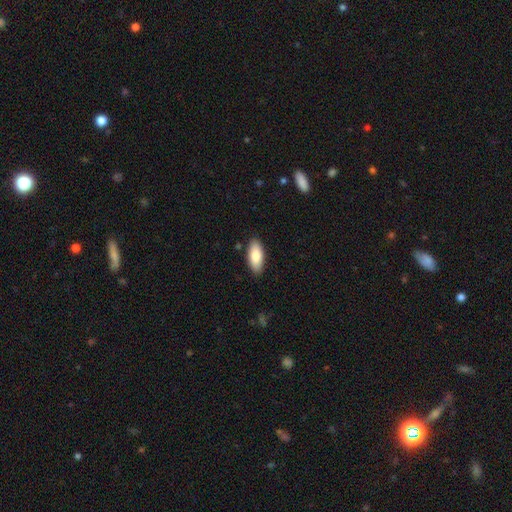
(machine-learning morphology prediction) Overall: smooth (81%). How rounded: in between (87%). Merging: none (87%).